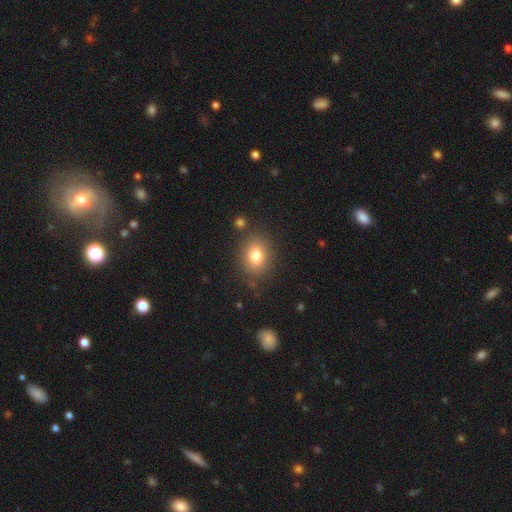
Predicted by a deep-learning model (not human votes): A smooth galaxy with no disk features (79%) that is in between round and cigar-shaped (51%). Merging: none (82%).